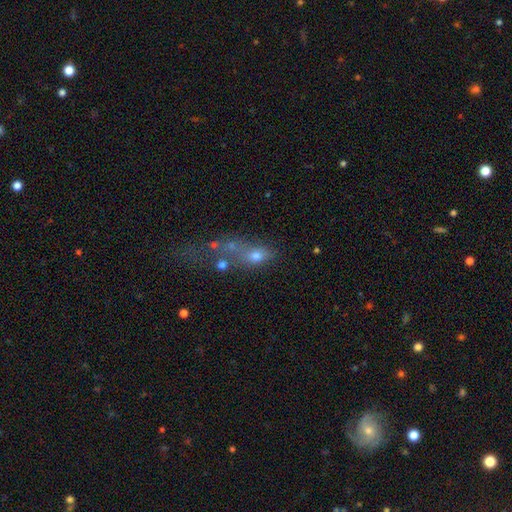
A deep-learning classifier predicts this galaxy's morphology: A smooth galaxy with no disk features (56%) that is in between round and cigar-shaped (55%). Merging: merger (37%).